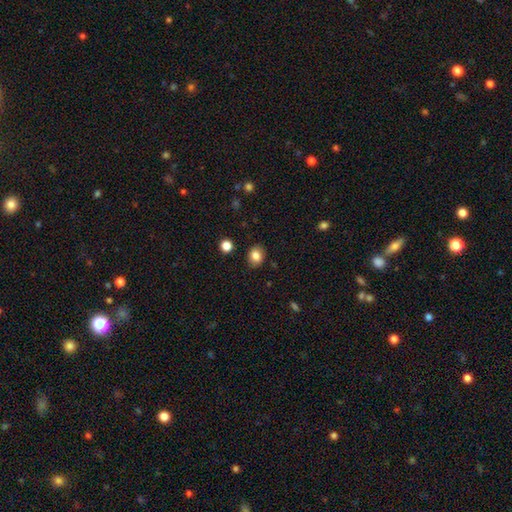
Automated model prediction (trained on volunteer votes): Morphology: type=smooth (84%); roundness=in between (50%); merging=none (86%).